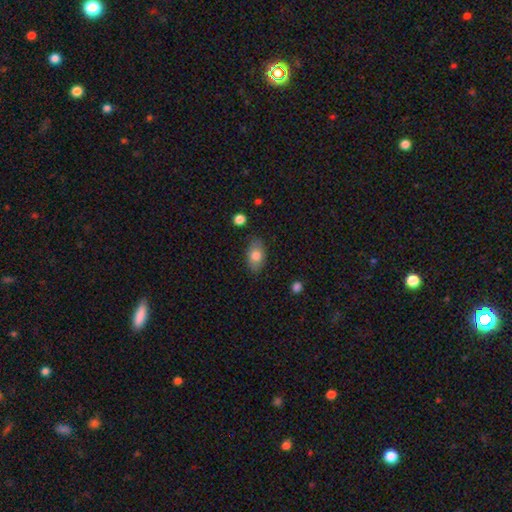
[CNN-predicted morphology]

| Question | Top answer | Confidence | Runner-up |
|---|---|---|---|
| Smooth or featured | smooth | 78% | featured or disk (15%) |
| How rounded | in between | 88% | round (10%) |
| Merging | none | 82% | minor disturbance (13%) |